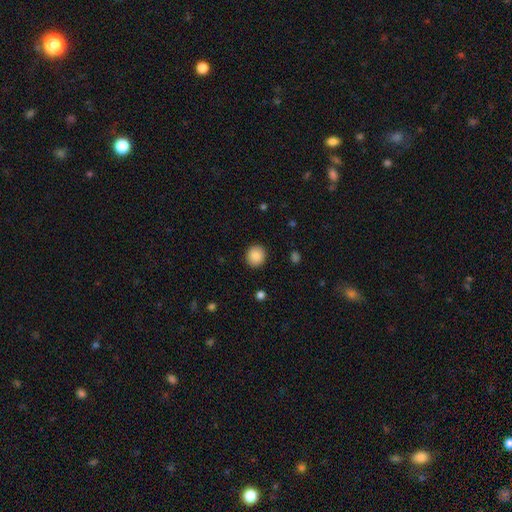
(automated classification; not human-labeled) Overall: smooth (88%). How rounded: round (85%). Merging: none (91%).